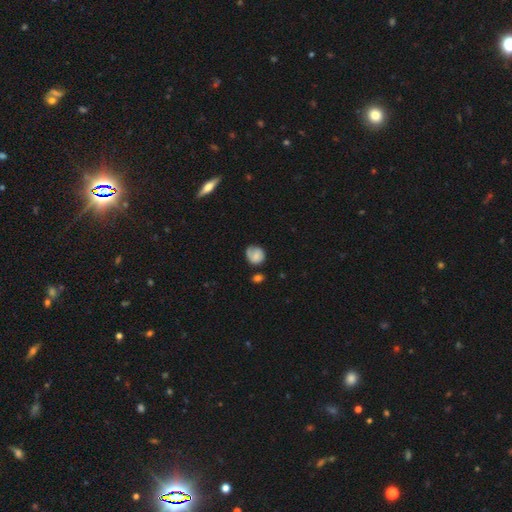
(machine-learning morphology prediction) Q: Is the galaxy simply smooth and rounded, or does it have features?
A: smooth — 67%.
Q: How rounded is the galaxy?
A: round — 73%.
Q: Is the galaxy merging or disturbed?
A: none — 55%.